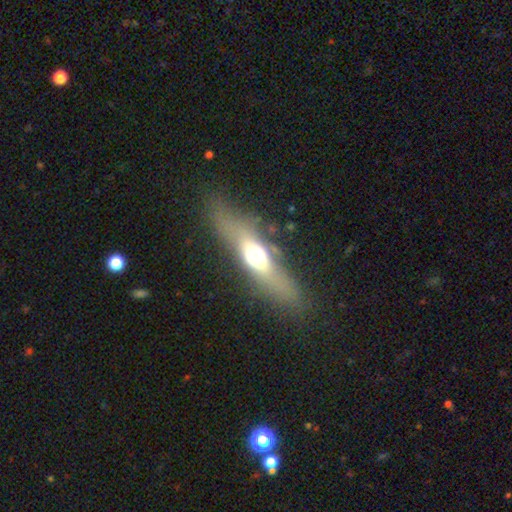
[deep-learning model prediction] Smooth or featured? Predicted: featured or disk (p=0.48). Merging? Predicted: none (p=0.71).